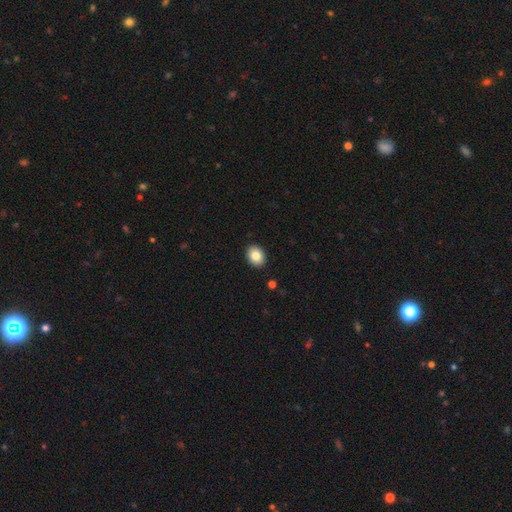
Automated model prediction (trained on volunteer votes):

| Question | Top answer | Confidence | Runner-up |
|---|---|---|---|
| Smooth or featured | smooth | 84% | featured or disk (8%) |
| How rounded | in between | 61% | round (38%) |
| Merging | none | 91% | minor disturbance (6%) |